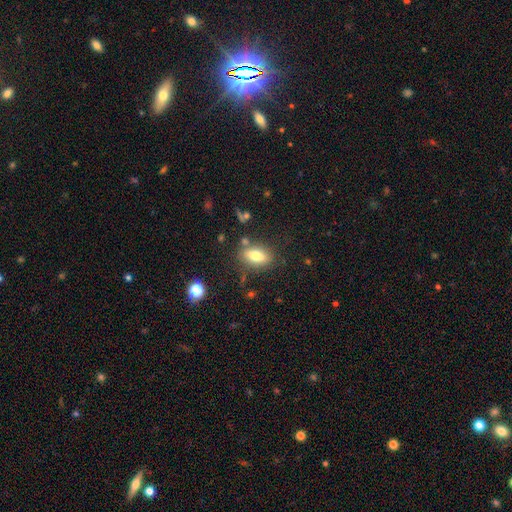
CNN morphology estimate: smooth-or-featured: smooth: 74% | featured or disk: 17% | star or artifact: 9%
  how-rounded: in between: 84% | cigar-shaped: 9% | round: 8%
  merging: none: 77% | minor disturbance: 13% | merger: 6% | major disturbance: 4%